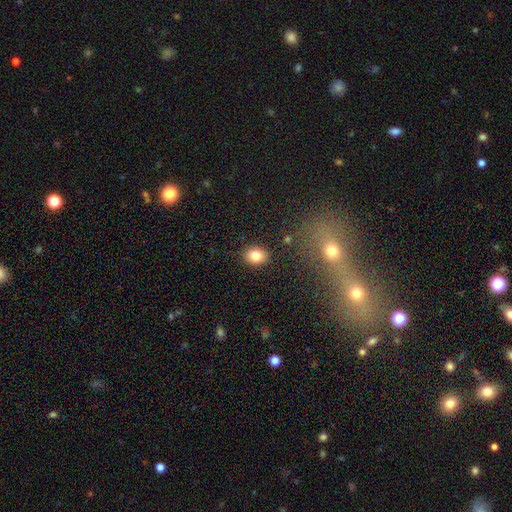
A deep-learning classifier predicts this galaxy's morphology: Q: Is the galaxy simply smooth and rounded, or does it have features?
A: smooth — 82%.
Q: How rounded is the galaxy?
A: round — 53%.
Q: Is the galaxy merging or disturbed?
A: none — 88%.